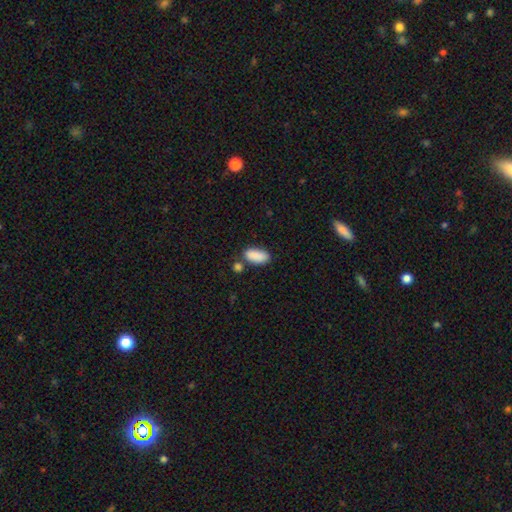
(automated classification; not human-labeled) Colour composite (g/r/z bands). It shows a smooth galaxy with no disk features (89%) that is in between round and cigar-shaped (90%). Merging: none (68%).